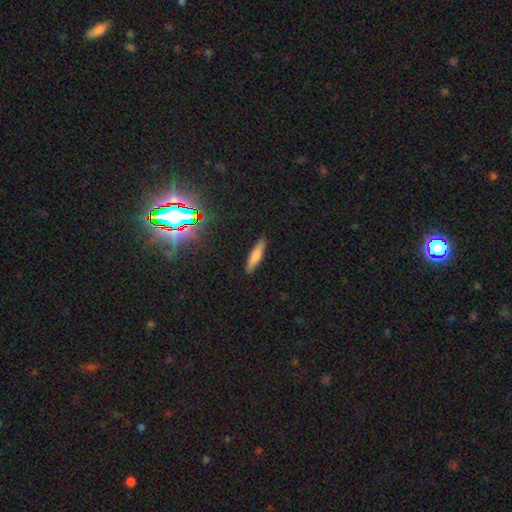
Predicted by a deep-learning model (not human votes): smooth 74%, featured or disk 18%, star or artifact 8%. Down the decision tree: how rounded — cigar-shaped (80%); merging — none (89%).